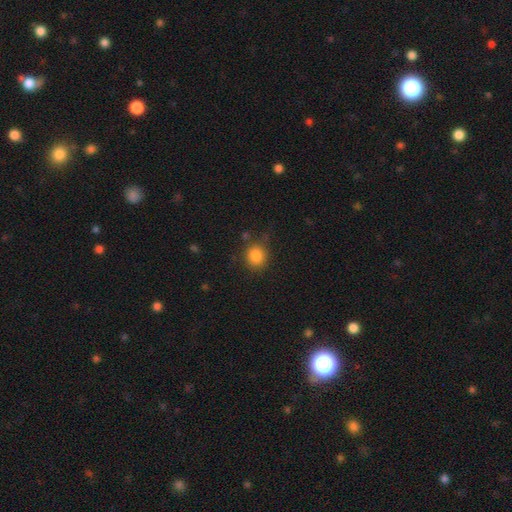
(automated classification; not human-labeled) Q: Smooth or featured?
A: smooth (85%); runner-up: star or artifact (10%)
Q: How rounded?
A: round (79%); runner-up: in between (20%)
Q: Merging?
A: none (79%); runner-up: minor disturbance (14%)